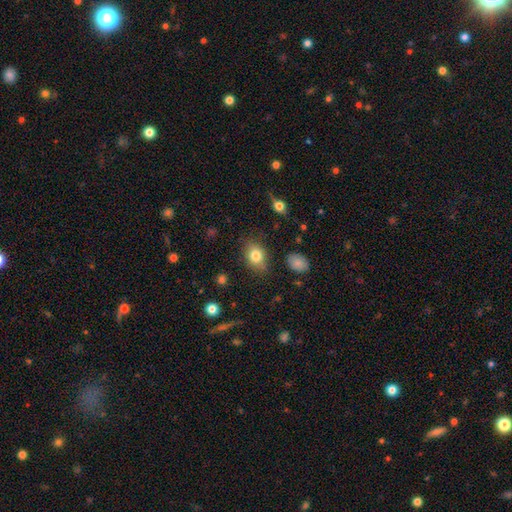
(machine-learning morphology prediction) Q: Smooth or featured?
A: smooth (80%); runner-up: featured or disk (10%)
Q: How rounded?
A: in between (65%); runner-up: round (33%)
Q: Merging?
A: none (77%); runner-up: minor disturbance (17%)